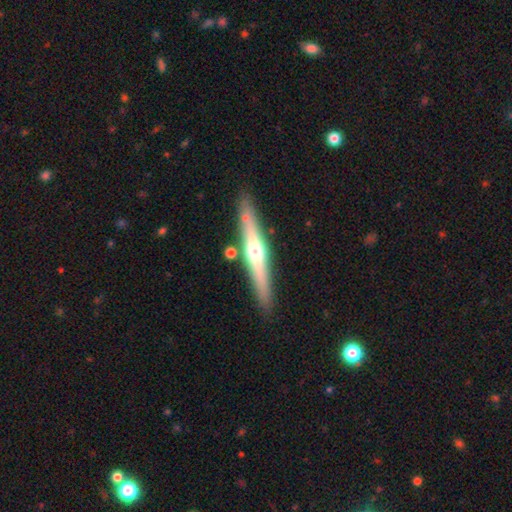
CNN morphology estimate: This appears to be a featured or disk galaxy (62%) viewed edge-on (95%) with a rounded central bulge (89%). Merging: none (84%).